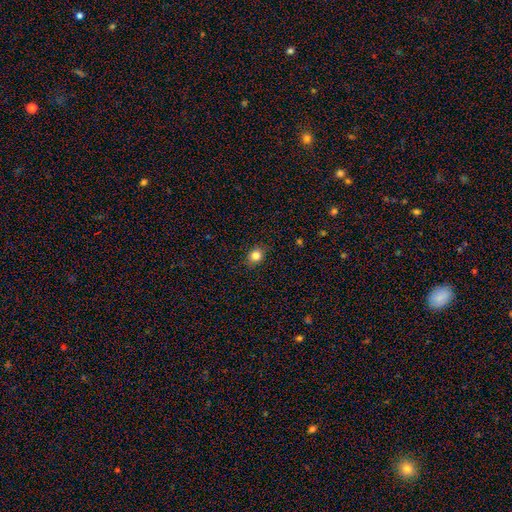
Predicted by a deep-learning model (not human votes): Smooth or featured? Predicted: smooth (p=0.83). How rounded? Predicted: round (p=0.62). Merging? Predicted: none (p=0.88).